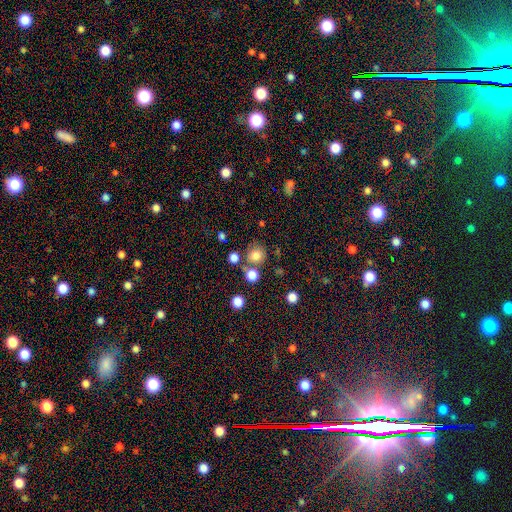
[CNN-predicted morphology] Q: Smooth or featured?
A: smooth (78%); runner-up: star or artifact (14%)
Q: How rounded?
A: round (87%); runner-up: in between (12%)
Q: Merging?
A: none (67%); runner-up: merger (17%)